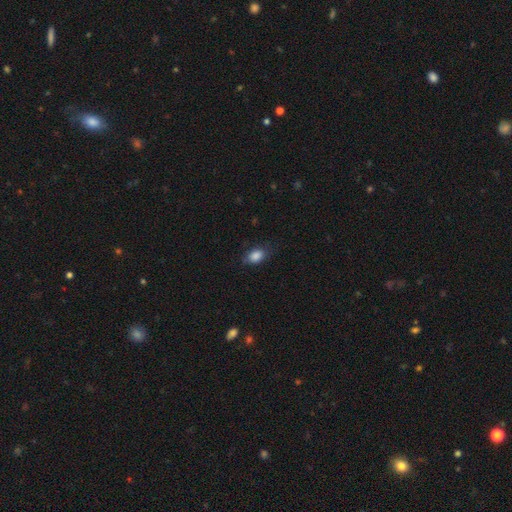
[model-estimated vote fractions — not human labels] Overall: smooth (86%). How rounded: in between (83%). Merging: none (73%).